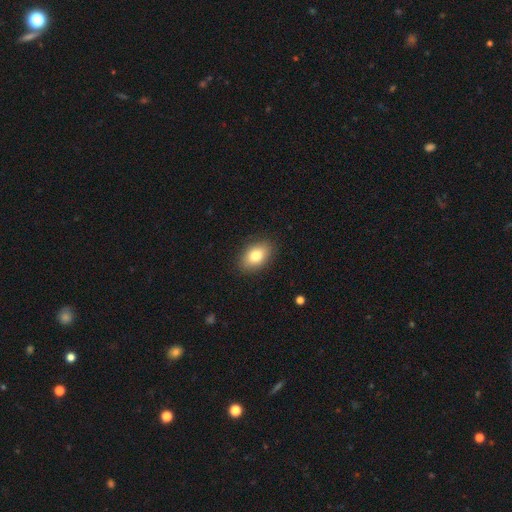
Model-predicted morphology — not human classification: smooth 81%, featured or disk 12%, star or artifact 8%. Down the decision tree: how rounded — in between (88%); merging — none (88%).